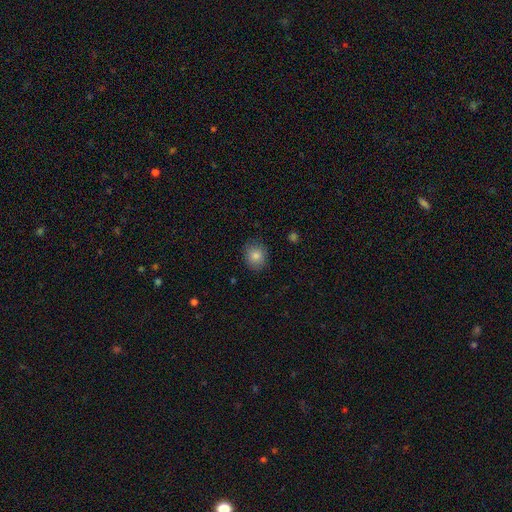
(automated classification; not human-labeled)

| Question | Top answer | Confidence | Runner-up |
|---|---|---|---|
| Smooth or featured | smooth | 85% | star or artifact (9%) |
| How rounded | round | 71% | in between (29%) |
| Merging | none | 85% | minor disturbance (11%) |